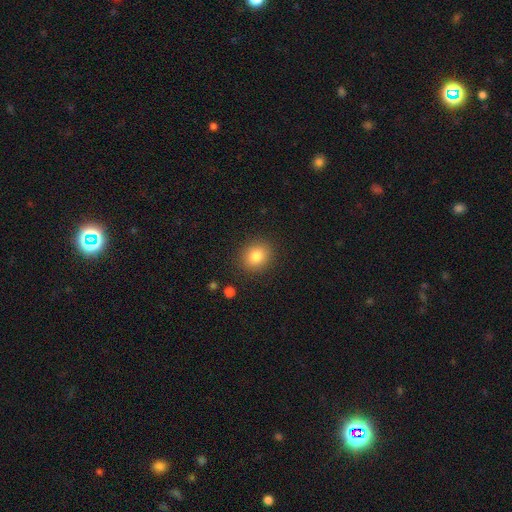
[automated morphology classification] type=smooth (82%); roundness=round (75%); merging=none (89%).